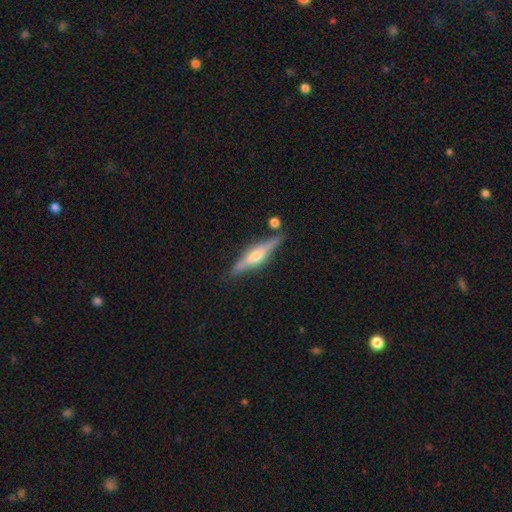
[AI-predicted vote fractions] The model was most divided on "smooth or featured": featured or disk: 75%, smooth: 18%, star or artifact: 6%. More confident: edge-on disk — yes (96%); edge-on bulge — rounded (88%); merging — none (83%).